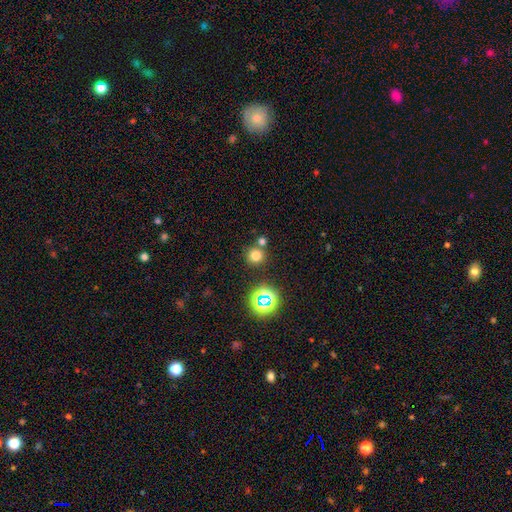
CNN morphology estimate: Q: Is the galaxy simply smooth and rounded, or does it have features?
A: smooth — 72%.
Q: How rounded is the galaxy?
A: round — 93%.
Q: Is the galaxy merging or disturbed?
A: none — 75%.